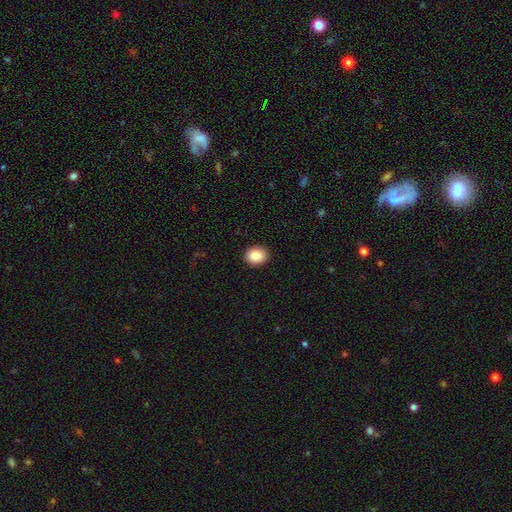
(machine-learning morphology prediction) A smooth galaxy with no disk features (88%) that is round (52%).

Vote fractions:
- Smooth or featured? smooth: 88% / star or artifact: 8% / featured or disk: 4%
- How rounded? round: 52% / in between: 48% / cigar-shaped: 1%
- Merging? none: 91% / minor disturbance: 6% / major disturbance: 2% / merger: 1%